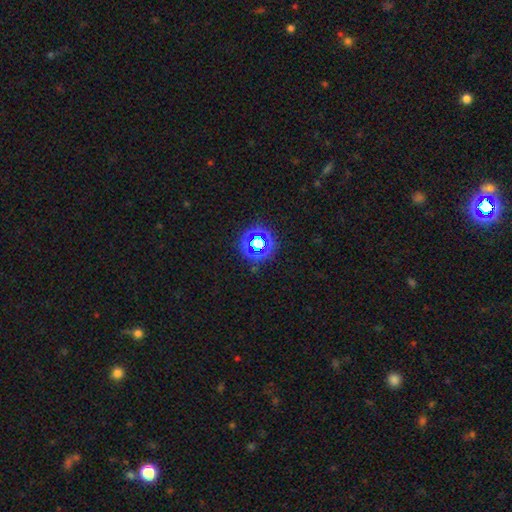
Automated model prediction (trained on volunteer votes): Smooth or featured: star or artifact — 58% (smooth — 36%)